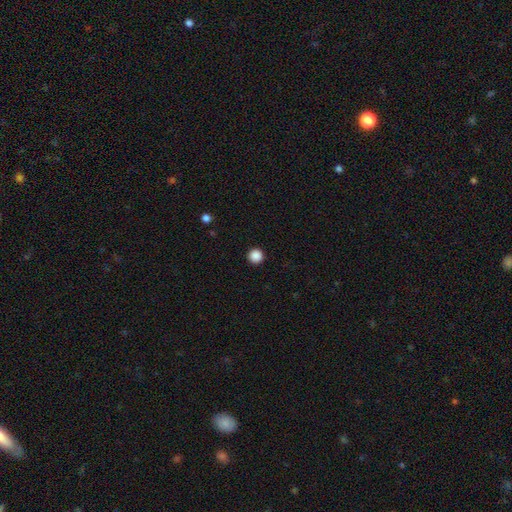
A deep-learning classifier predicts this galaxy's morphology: Q: Smooth or featured?
A: smooth (88%); runner-up: star or artifact (10%)
Q: How rounded?
A: round (97%); runner-up: in between (2%)
Q: Merging?
A: none (94%); runner-up: minor disturbance (4%)